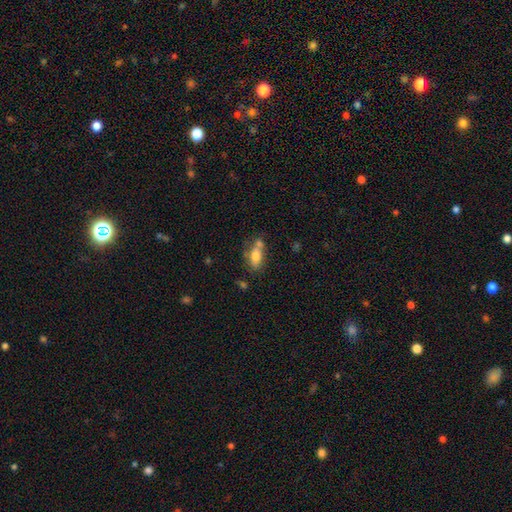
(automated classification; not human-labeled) Smooth or featured? smooth (71%)
How rounded? in between (80%)
Merging? none (46%)